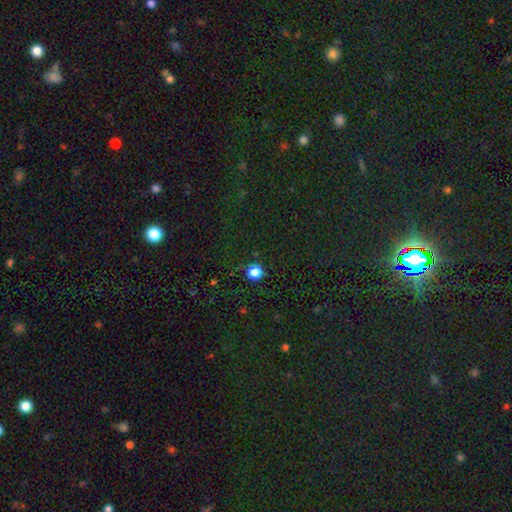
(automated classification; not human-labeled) Smooth or featured? Predicted: star or artifact (p=0.77).